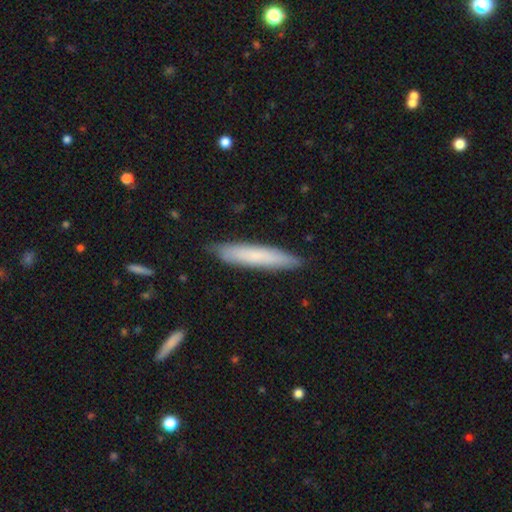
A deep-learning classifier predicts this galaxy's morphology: This appears to be a smooth galaxy with no disk features (71%) that is cigar-shaped (90%). Merging: none (86%).